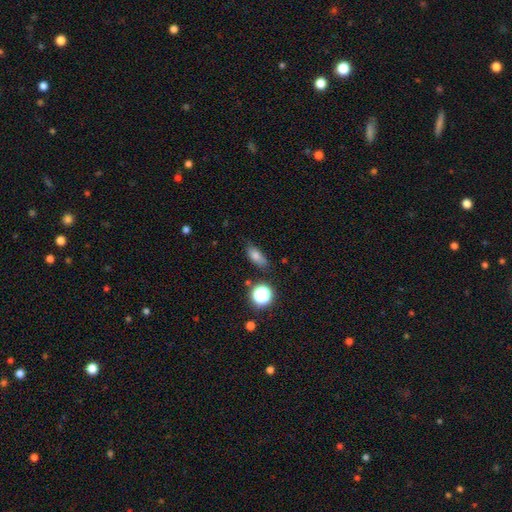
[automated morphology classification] Smooth or featured? Predicted: smooth (p=0.74). How rounded? Predicted: in between (p=0.72). Merging? Predicted: none (p=0.71).